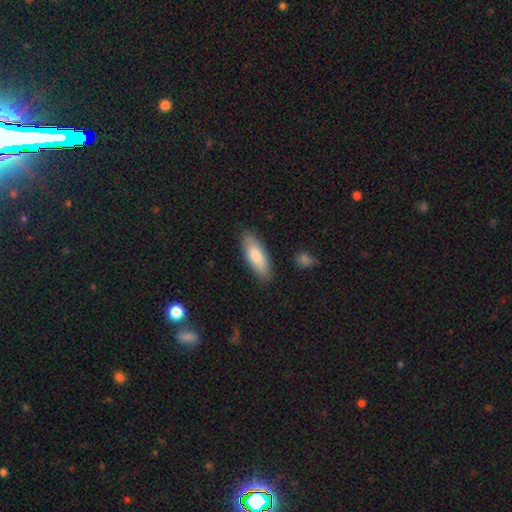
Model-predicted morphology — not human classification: The model was most divided on "how rounded": in between: 53%, cigar-shaped: 45%, round: 2%. More confident: merging — none (87%); smooth or featured — smooth (76%).